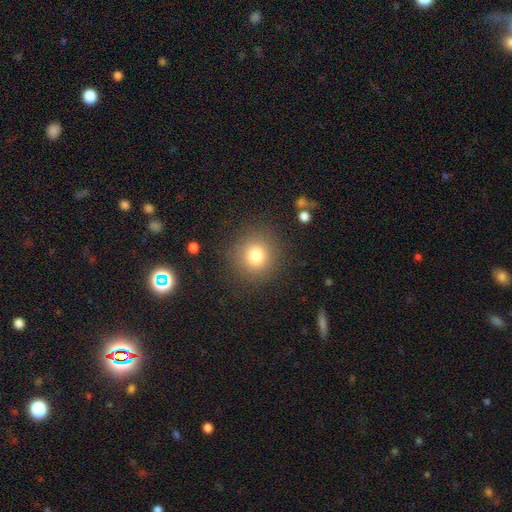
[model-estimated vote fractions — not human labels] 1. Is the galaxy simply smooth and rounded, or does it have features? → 78% smooth, 13% star or artifact, 9% featured or disk.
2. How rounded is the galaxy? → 90% round, 9% in between, 1% cigar-shaped.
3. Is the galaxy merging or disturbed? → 86% none, 8% minor disturbance, 4% major disturbance, 2% merger.